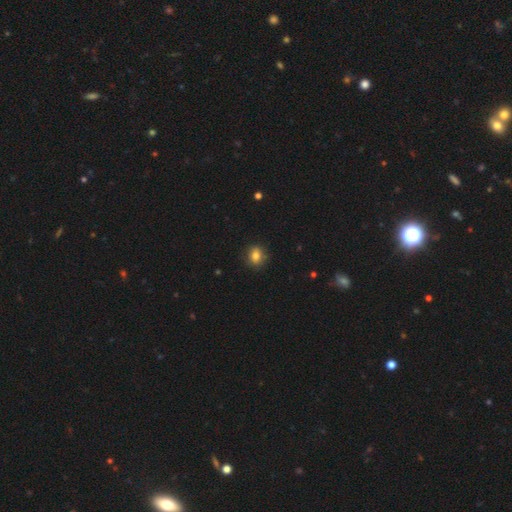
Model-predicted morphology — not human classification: A smooth galaxy with no disk features (80%) that is round (64%). Merging: none (86%).